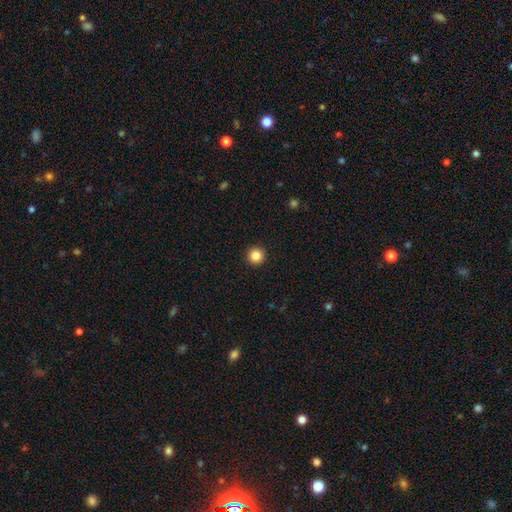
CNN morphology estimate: type=smooth (86%); roundness=round (96%); merging=none (94%).